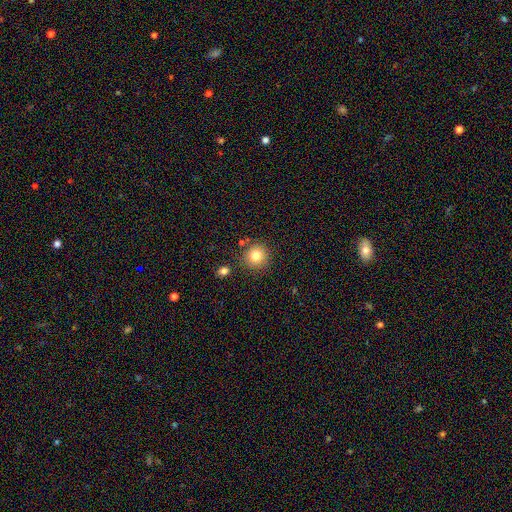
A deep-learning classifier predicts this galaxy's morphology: Overall: smooth (81%). How rounded: round (93%). Merging: none (83%).